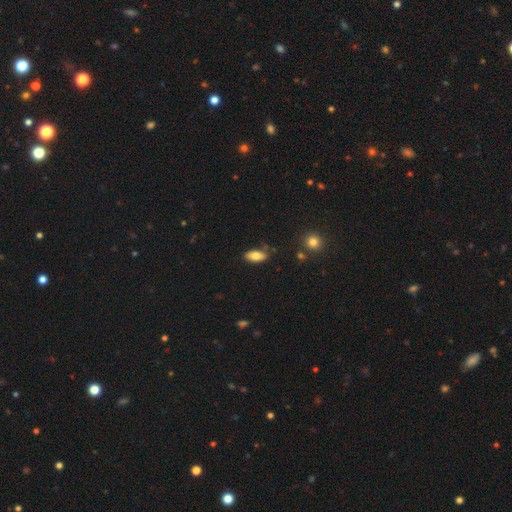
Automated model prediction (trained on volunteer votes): A smooth galaxy with no disk features (80%) that is in between round and cigar-shaped (87%). Merging: none (79%).